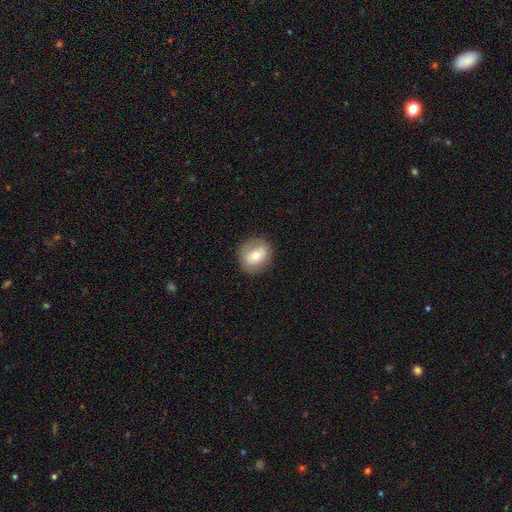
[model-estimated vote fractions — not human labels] Smooth or featured? Predicted: smooth (p=0.61). How rounded? Predicted: round (p=0.70). Merging? Predicted: none (p=0.83).